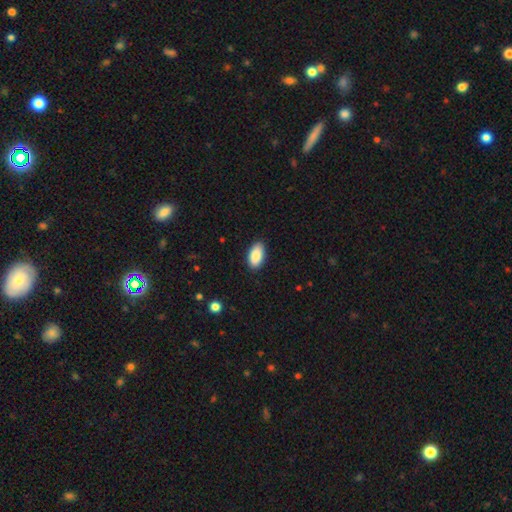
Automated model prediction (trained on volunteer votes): Morphology: type=smooth (89%); roundness=in between (95%); merging=none (89%).